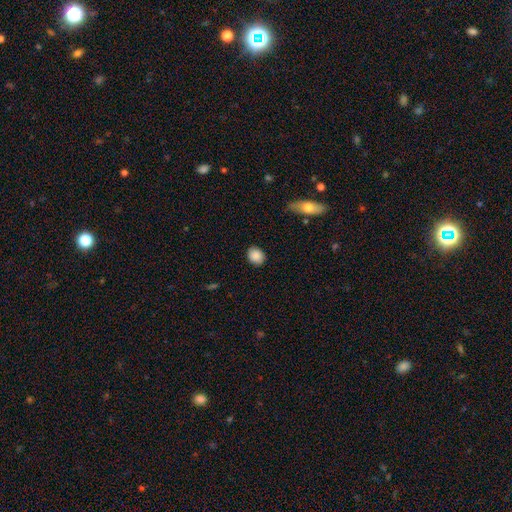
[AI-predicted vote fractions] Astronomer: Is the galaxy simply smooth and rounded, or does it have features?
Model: smooth — 88%.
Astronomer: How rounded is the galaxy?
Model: round — 60% (runner-up: in between, 39%).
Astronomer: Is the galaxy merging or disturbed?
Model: none — 86%.